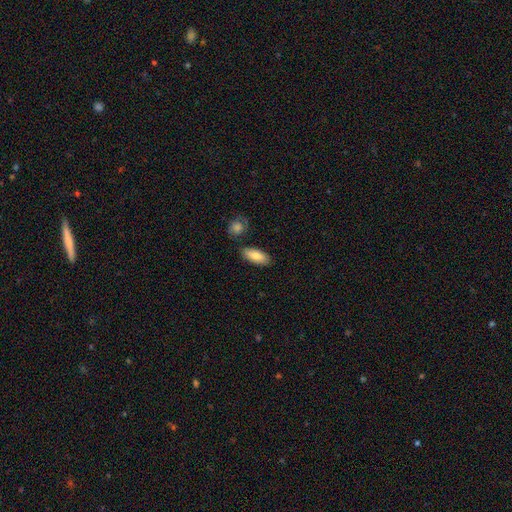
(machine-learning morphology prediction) smooth 82%, featured or disk 12%, star or artifact 6%. Down the decision tree: how rounded — in between (85%); merging — none (80%).